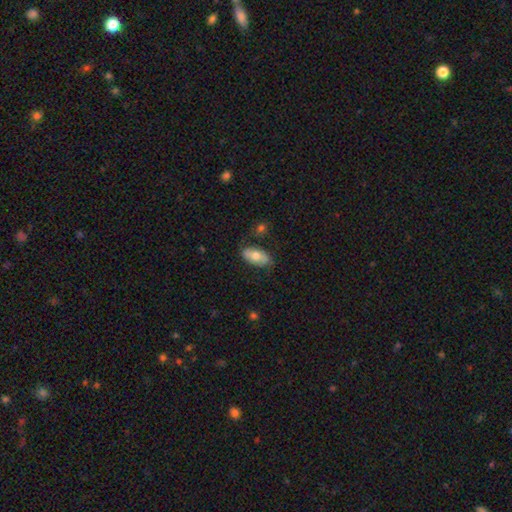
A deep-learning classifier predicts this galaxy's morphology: This appears to be a smooth galaxy with no disk features (67%) that is in between round and cigar-shaped (92%). Merging: none (74%).